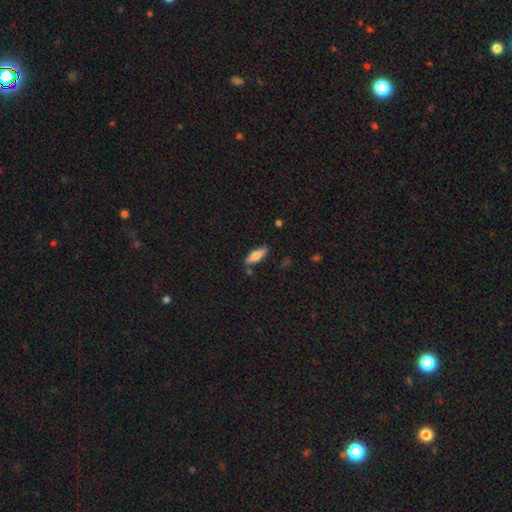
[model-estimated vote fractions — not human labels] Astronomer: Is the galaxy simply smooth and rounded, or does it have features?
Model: smooth — 65%.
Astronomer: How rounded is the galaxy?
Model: in between — 57% (runner-up: cigar-shaped, 41%).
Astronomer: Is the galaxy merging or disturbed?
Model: none — 79%.